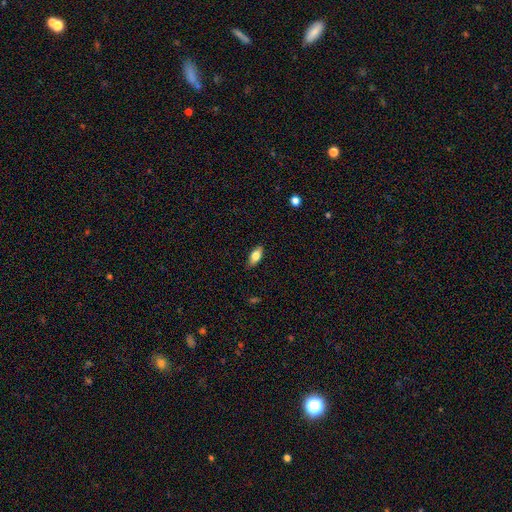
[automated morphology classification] The model was most divided on "smooth or featured": smooth: 75%, featured or disk: 18%, star or artifact: 7%. More confident: merging — none (86%); how rounded — in between (84%).